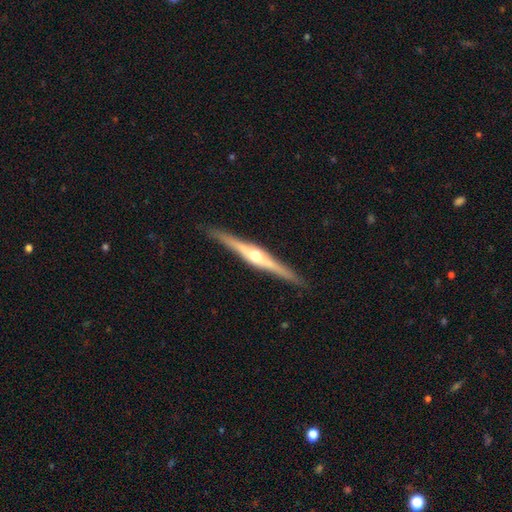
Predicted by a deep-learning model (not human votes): Overall: featured or disk (80%). Edge-on disk: yes (98%). Edge-on bulge: rounded (91%). Merging: none (90%).